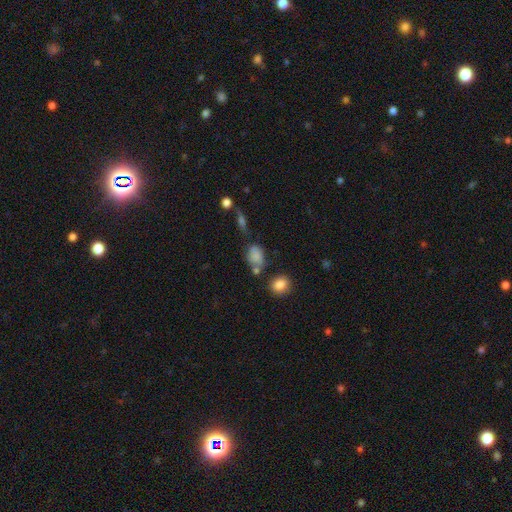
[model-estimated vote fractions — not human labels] A smooth galaxy with no disk features (78%) that is in between round and cigar-shaped (72%).

Vote fractions:
- Smooth or featured? smooth: 78% / star or artifact: 12% / featured or disk: 11%
- How rounded? in between: 72% / round: 26% / cigar-shaped: 2%
- Merging? none: 49% / minor disturbance: 23% / merger: 18% / major disturbance: 10%